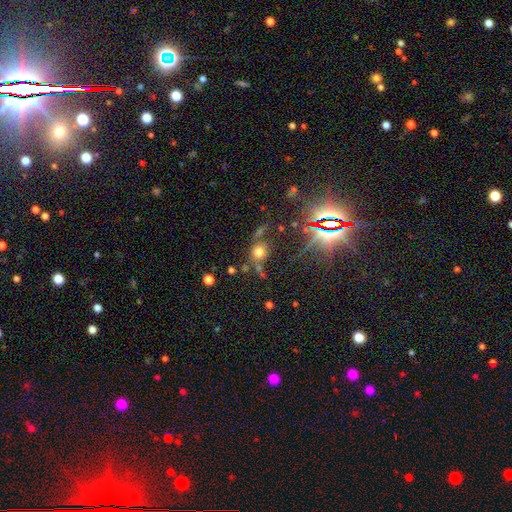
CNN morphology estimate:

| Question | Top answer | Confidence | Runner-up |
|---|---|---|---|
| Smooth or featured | star or artifact | 66% | featured or disk (17%) |